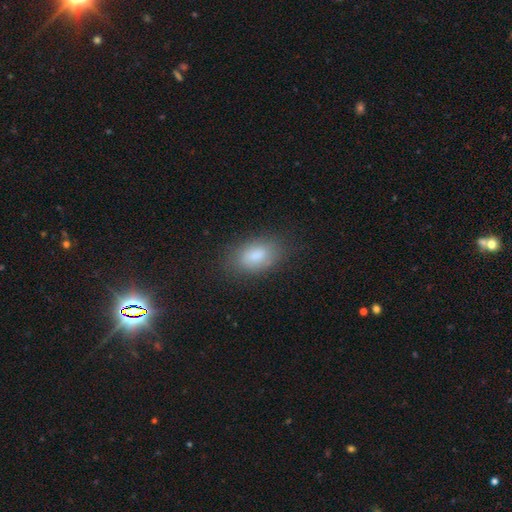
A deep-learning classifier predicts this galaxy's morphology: Smooth or featured? Predicted: smooth (p=0.82). How rounded? Predicted: in between (p=0.91). Merging? Predicted: none (p=0.79).